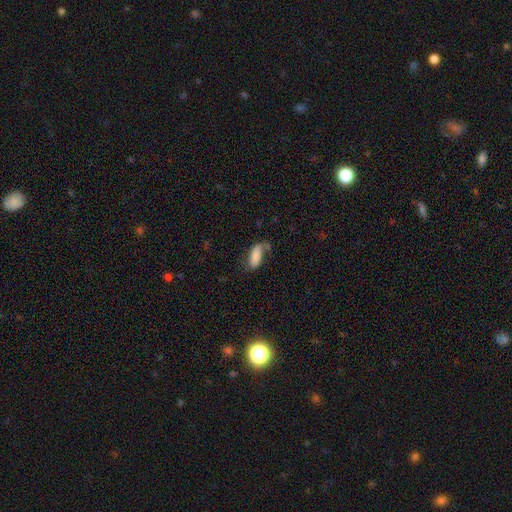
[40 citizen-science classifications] Morphology: type=smooth (85%); roundness=in between (71%); merging=minor disturbance (46%).